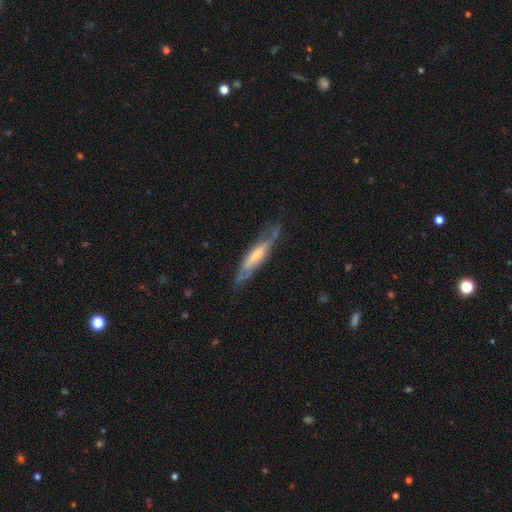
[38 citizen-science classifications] Smooth or featured? 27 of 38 (71%) said featured or disk. Edge-on disk? 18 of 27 (67%) said yes. Edge-on bulge? 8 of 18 (44%) said rounded. Merging? 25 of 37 (68%) said none.